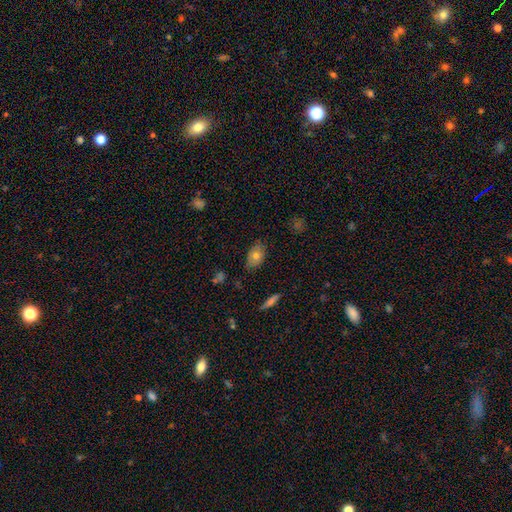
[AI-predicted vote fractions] A smooth galaxy with no disk features (72%) that is in between round and cigar-shaped (87%).

Vote fractions:
- Smooth or featured? smooth: 72% / featured or disk: 19% / star or artifact: 9%
- How rounded? in between: 87% / round: 11% / cigar-shaped: 2%
- Merging? none: 74% / minor disturbance: 21% / major disturbance: 3% / merger: 1%